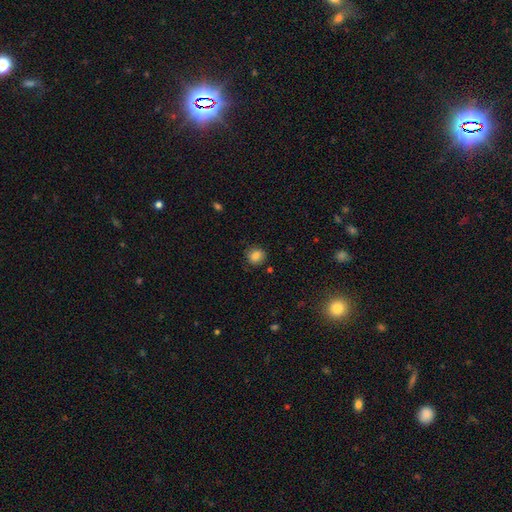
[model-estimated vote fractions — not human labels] The model was most divided on "how rounded": round: 79%, in between: 20%, cigar-shaped: 1%. More confident: smooth or featured — smooth (83%); merging — none (83%).